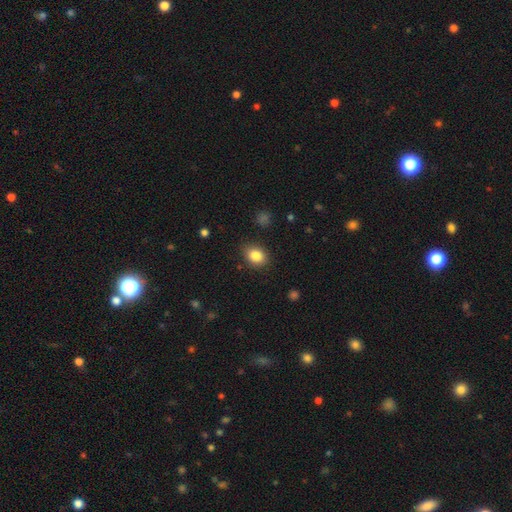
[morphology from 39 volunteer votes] Volunteers were most divided on "how rounded": in between: 65%, round: 35%, cigar-shaped: 0%. More confident: smooth or featured — smooth (79%); merging — none (78%).